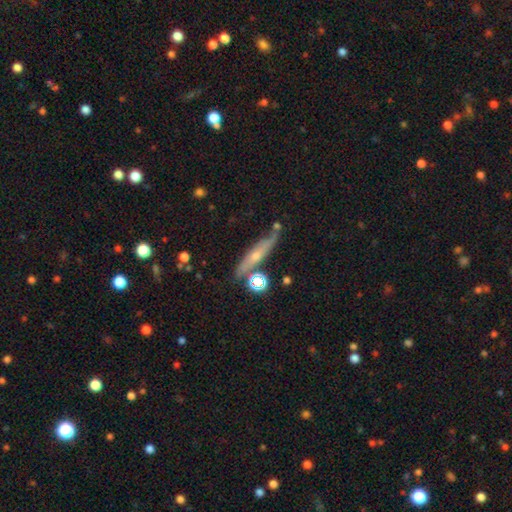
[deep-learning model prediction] Smooth or featured? Predicted: featured or disk (p=0.52). Edge-on disk? Predicted: yes (p=0.78). Merging? Predicted: none (p=0.70).